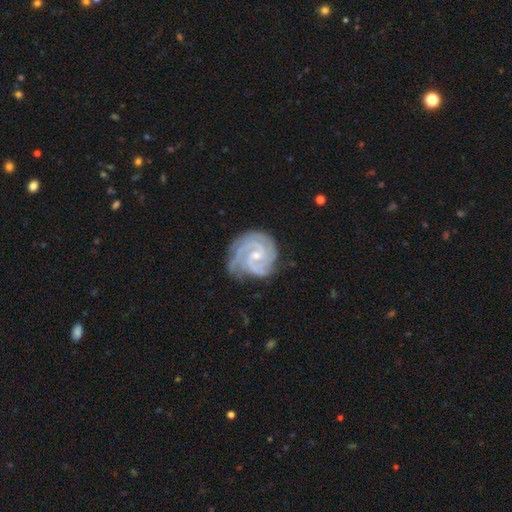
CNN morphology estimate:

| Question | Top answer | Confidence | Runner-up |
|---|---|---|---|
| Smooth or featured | featured or disk | 91% | star or artifact (4%) |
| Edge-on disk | no | 98% | yes (2%) |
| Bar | no | 51% | weak (40%) |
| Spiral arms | yes | 98% | no (2%) |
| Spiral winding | tight | 71% | medium (26%) |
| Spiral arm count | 3 | 43% | 2 (22%) |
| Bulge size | small | 65% | moderate (31%) |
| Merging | none | 69% | minor disturbance (21%) |